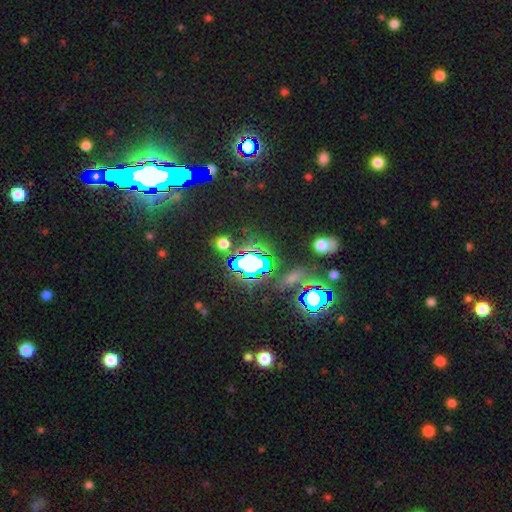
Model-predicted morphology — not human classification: Smooth or featured? star or artifact (82%)